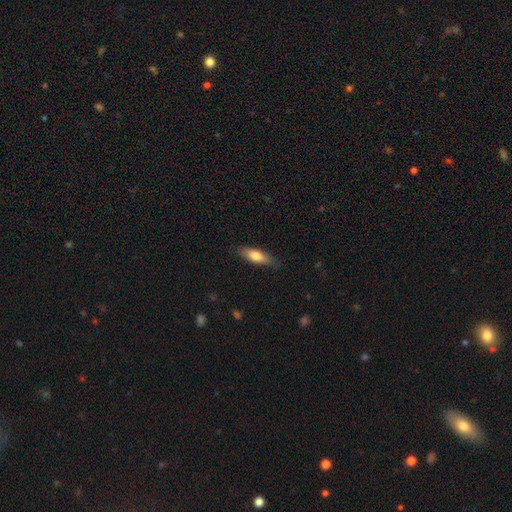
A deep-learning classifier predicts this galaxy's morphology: This appears to be a smooth galaxy with no disk features (73%) that is in between round and cigar-shaped (49%, tied with cigar-shaped). Merging: none (84%).